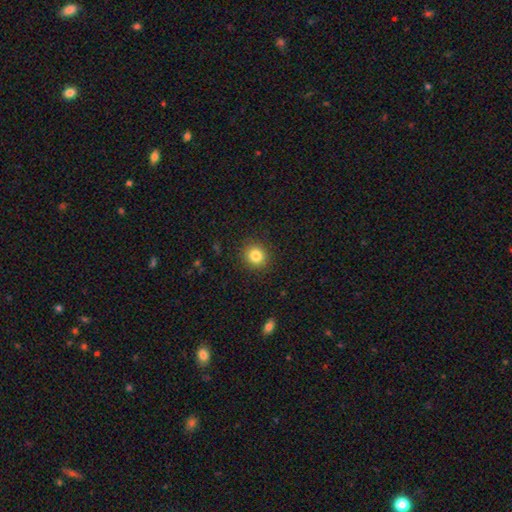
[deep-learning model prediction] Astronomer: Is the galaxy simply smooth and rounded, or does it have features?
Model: smooth — 83%.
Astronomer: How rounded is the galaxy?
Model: round — 86%.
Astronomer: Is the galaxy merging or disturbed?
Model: none — 91%.